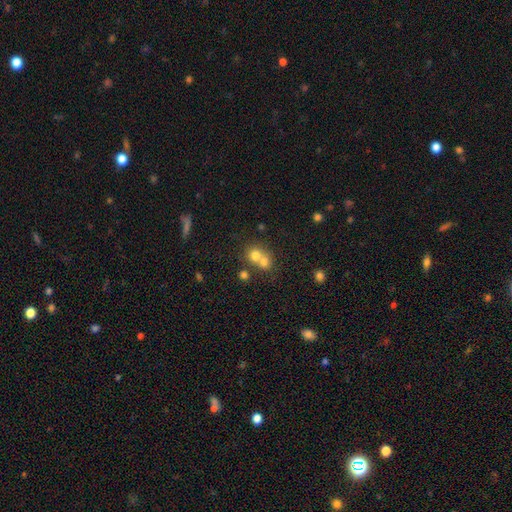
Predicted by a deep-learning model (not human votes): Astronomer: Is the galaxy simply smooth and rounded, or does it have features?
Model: smooth — 71%.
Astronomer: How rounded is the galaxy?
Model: round — 80%.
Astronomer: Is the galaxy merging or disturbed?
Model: merger — 59%.